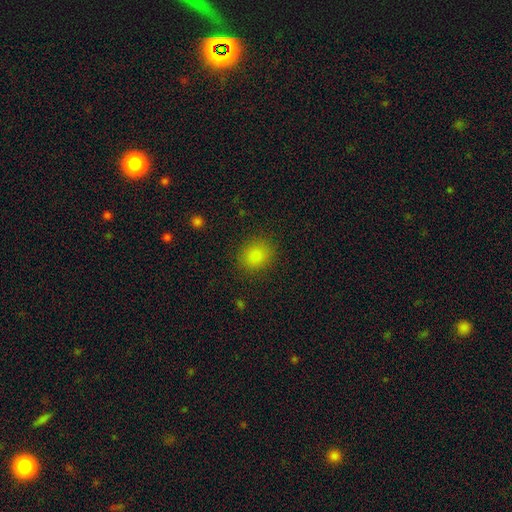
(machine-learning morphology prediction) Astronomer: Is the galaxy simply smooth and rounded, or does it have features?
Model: smooth — 85%.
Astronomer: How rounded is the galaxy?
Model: round — 71%.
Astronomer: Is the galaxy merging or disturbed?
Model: none — 87%.